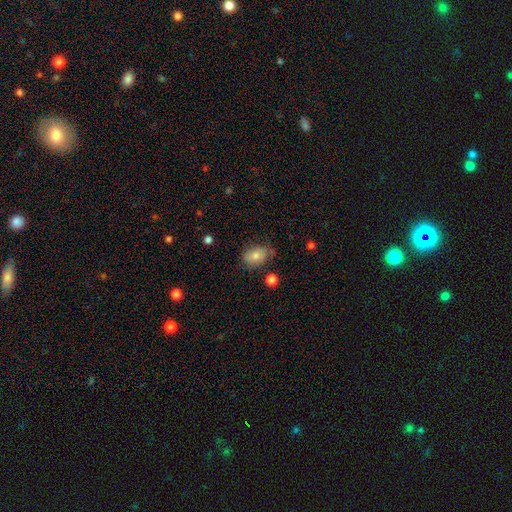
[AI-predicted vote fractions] Smooth or featured?
  - smooth: 74% *
  - featured or disk: 17%
  - star or artifact: 10%
How rounded?
  - in between: 74% *
  - round: 25%
  - cigar-shaped: 1%
Merging?
  - none: 68% *
  - minor disturbance: 24%
  - major disturbance: 6%
  - merger: 3%